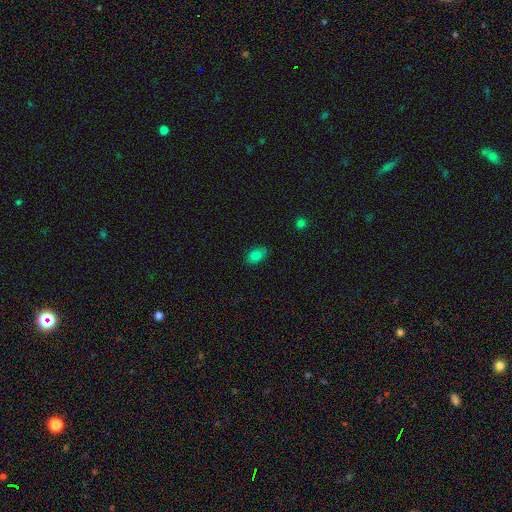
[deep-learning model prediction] A smooth galaxy with no disk features (81%) that is in between round and cigar-shaped (85%). Merging: none (82%).